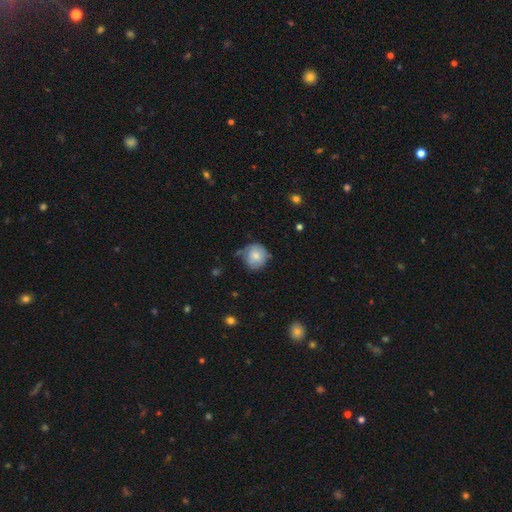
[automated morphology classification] Q: Smooth or featured?
A: smooth (74%); runner-up: featured or disk (18%)
Q: How rounded?
A: round (88%); runner-up: in between (11%)
Q: Merging?
A: none (58%); runner-up: minor disturbance (31%)